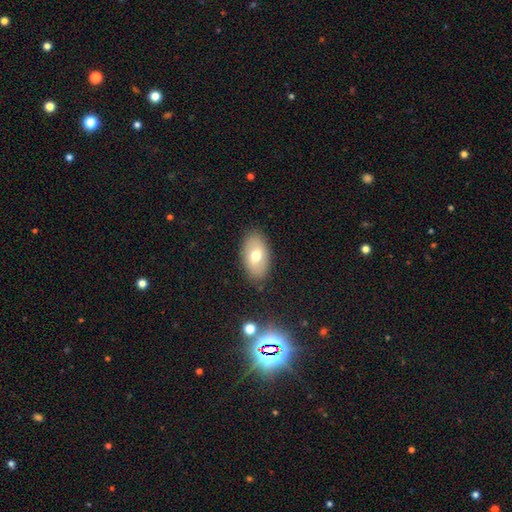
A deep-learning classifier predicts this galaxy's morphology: The model was most divided on "smooth or featured": smooth: 66%, featured or disk: 27%, star or artifact: 8%. More confident: how rounded — in between (92%); merging — none (85%).